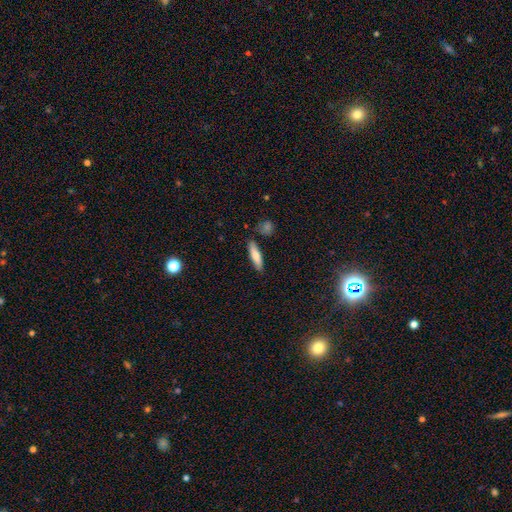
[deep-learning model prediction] smooth_or_featured: smooth (p=0.72) [alt: featured or disk p=0.22]
how_rounded: cigar-shaped (p=0.69) [alt: in between p=0.29]
merging: none (p=0.84) [alt: minor disturbance p=0.11]